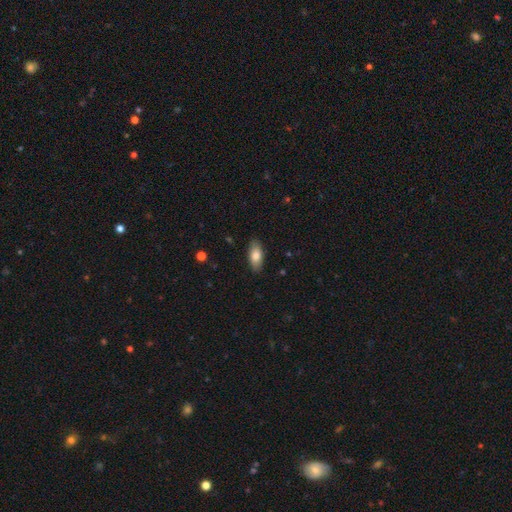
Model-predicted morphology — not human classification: Smooth or featured: smooth — 79% (featured or disk — 14%)
How rounded: in between — 86% (cigar-shaped — 11%)
Merging: none — 88% (minor disturbance — 9%)